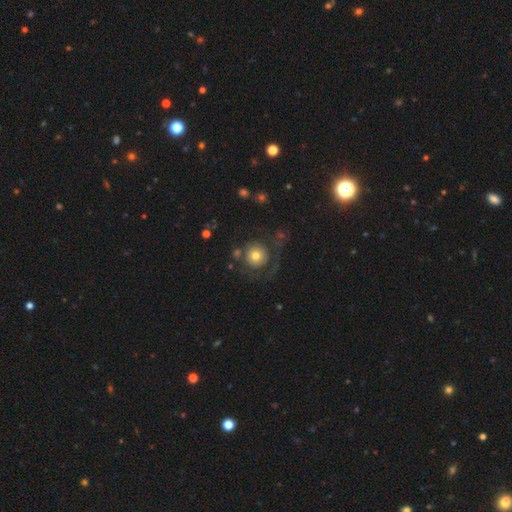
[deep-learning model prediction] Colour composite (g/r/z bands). It shows a smooth galaxy with no disk features (63%) that is round (93%). Merging: none (53%).